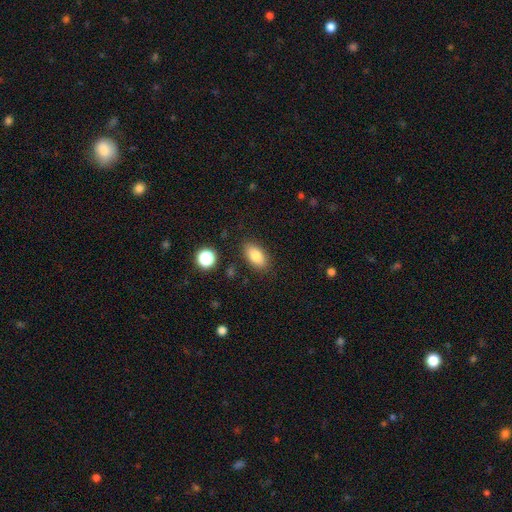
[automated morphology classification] smooth-or-featured: smooth: 84% | star or artifact: 8% | featured or disk: 8%
  how-rounded: in between: 90% | round: 5% | cigar-shaped: 4%
  merging: none: 86% | minor disturbance: 10% | major disturbance: 3% | merger: 2%